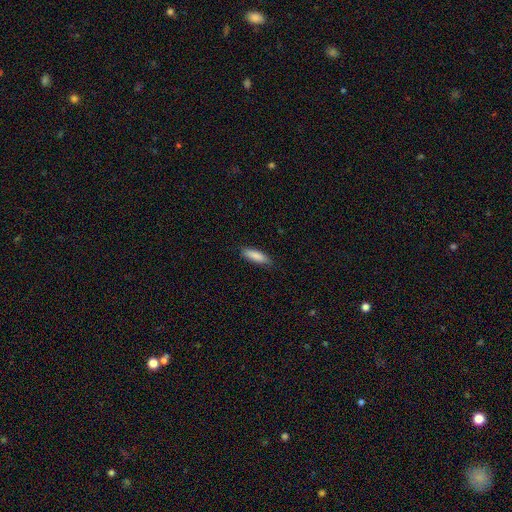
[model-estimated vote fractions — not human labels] This is clearly a smooth galaxy (87%). How rounded: possibly cigar-shaped (58%). Merging: clearly none (84%).